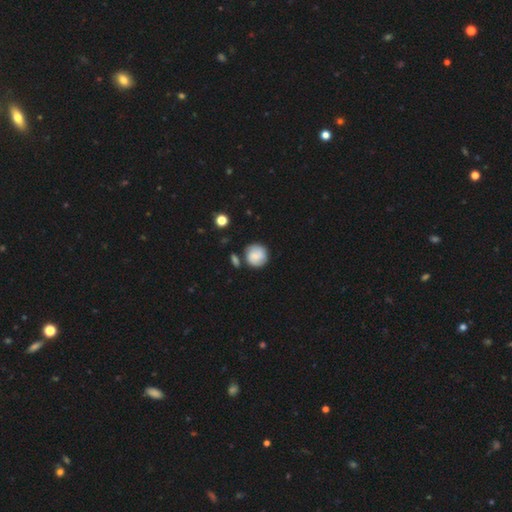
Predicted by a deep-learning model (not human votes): Q: Smooth or featured?
A: smooth (69%); runner-up: featured or disk (24%)
Q: How rounded?
A: round (92%); runner-up: in between (7%)
Q: Merging?
A: none (71%); runner-up: minor disturbance (15%)